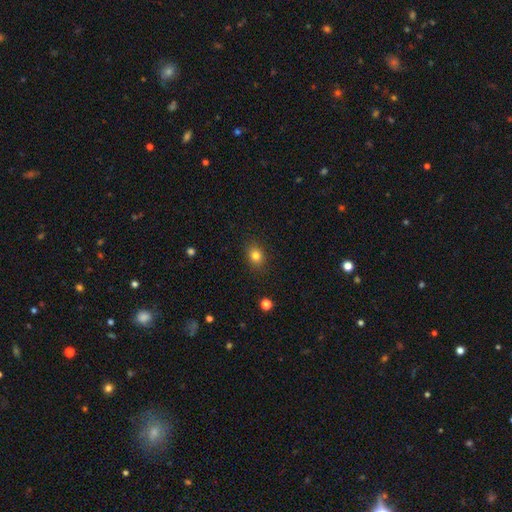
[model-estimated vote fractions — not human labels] smooth_or_featured: smooth (p=0.82) [alt: star or artifact p=0.12]
how_rounded: round (p=0.53) [alt: in between p=0.46]
merging: none (p=0.87) [alt: minor disturbance p=0.09]